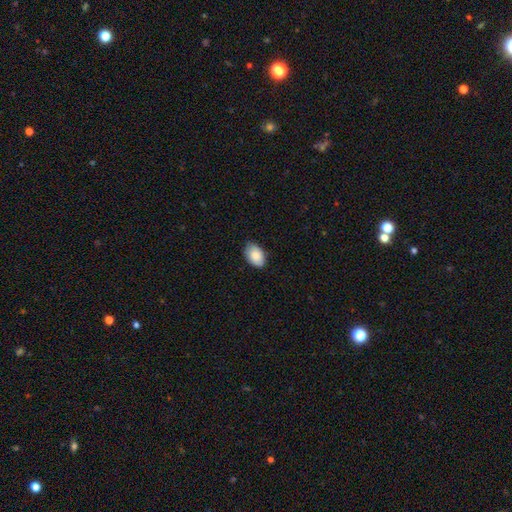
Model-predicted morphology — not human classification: The model was most divided on "merging": none: 82%, minor disturbance: 15%, major disturbance: 2%, merger: 1%. More confident: how rounded — in between (91%); smooth or featured — smooth (86%).